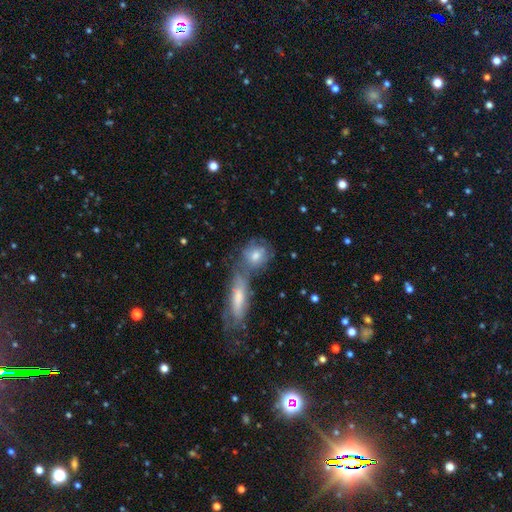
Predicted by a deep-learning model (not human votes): Smooth or featured: smooth — 61% (featured or disk — 31%)
How rounded: round — 55% (in between — 36%)
Merging: merger — 41% (none — 40%)